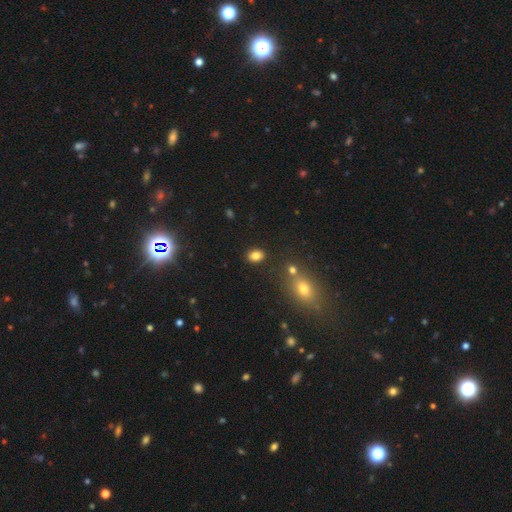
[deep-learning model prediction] This is clearly a smooth galaxy (83%). How rounded: likely in between (73%). Merging: clearly none (84%).